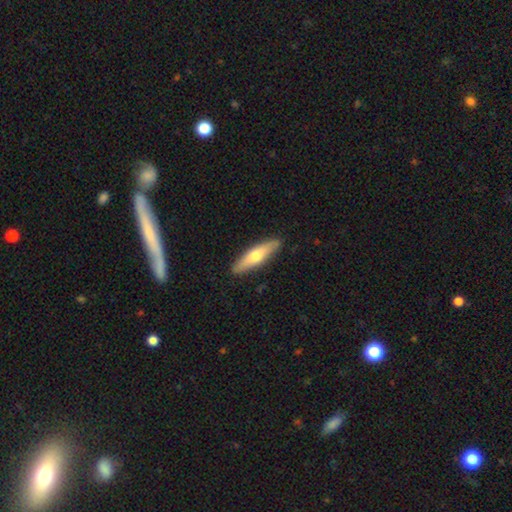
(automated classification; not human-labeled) Morphology: type=smooth (57%); roundness=cigar-shaped (74%); merging=none (90%).